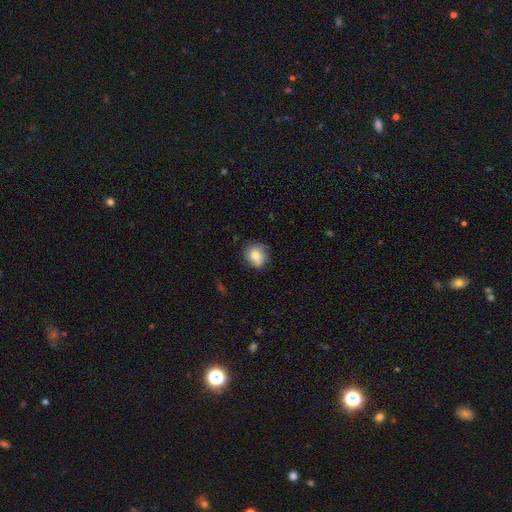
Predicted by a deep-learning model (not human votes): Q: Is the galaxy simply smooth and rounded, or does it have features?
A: smooth — 80%.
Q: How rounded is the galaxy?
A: round — 73%.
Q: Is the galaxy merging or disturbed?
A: none — 73%.